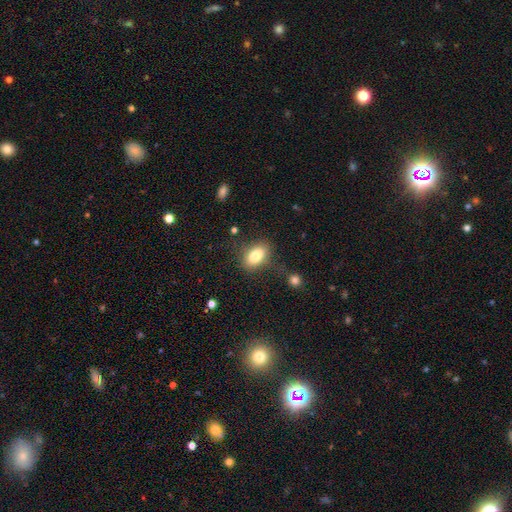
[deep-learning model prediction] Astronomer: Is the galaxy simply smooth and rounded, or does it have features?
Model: smooth — 81%.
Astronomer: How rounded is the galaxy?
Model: in between — 88%.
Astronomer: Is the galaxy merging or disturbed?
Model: none — 77%.